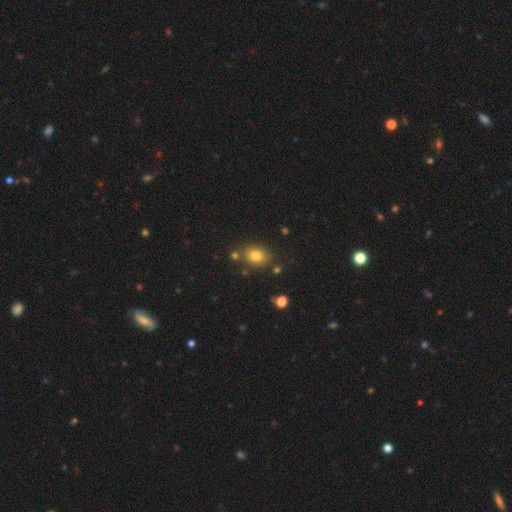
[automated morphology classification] A smooth galaxy with no disk features (80%) that is in between round and cigar-shaped (66%). Merging: none (78%).